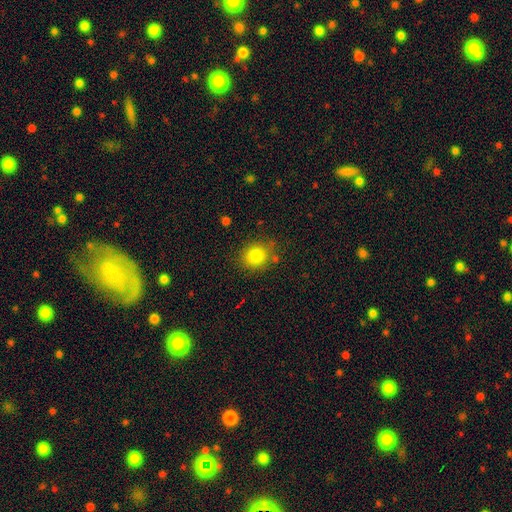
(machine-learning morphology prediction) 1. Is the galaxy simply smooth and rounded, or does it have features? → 82% smooth, 11% star or artifact, 7% featured or disk.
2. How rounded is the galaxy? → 70% round, 29% in between, 1% cigar-shaped.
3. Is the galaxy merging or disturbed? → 81% none, 12% minor disturbance, 4% major disturbance, 3% merger.